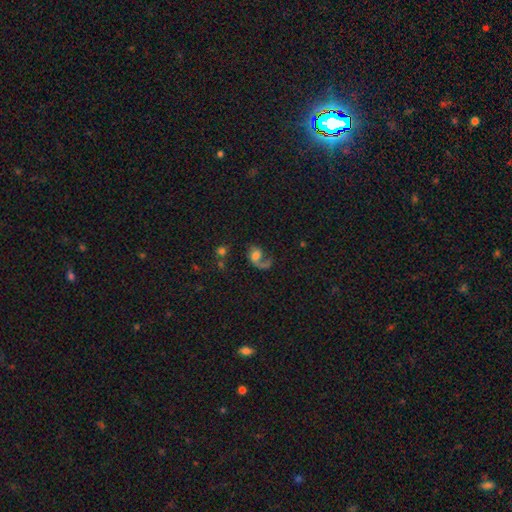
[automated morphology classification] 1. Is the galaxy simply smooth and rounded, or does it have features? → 60% featured or disk, 30% smooth, 10% star or artifact.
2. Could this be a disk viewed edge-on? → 97% no, 3% yes.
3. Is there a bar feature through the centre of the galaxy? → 69% no, 25% weak, 6% strong.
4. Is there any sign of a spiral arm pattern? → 84% yes, 16% no.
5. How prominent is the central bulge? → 39% moderate, 23% small, 23% large, 10% none, 5% dominant.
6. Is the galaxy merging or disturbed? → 43% major disturbance, 32% none, 15% minor disturbance, 11% merger.